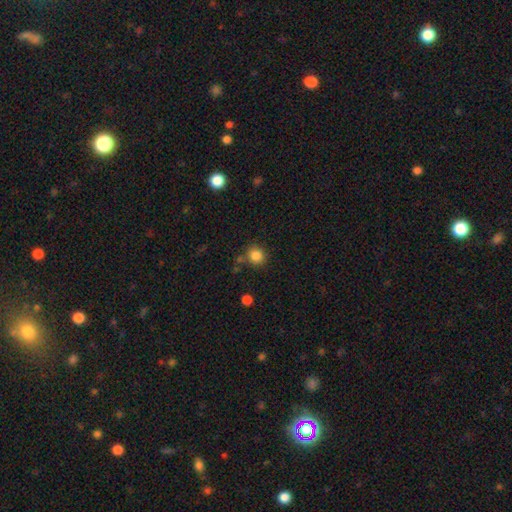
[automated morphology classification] smooth-or-featured: smooth: 84% | star or artifact: 11% | featured or disk: 5%
  how-rounded: round: 89% | in between: 10% | cigar-shaped: 1%
  merging: none: 76% | minor disturbance: 12% | merger: 7% | major disturbance: 4%